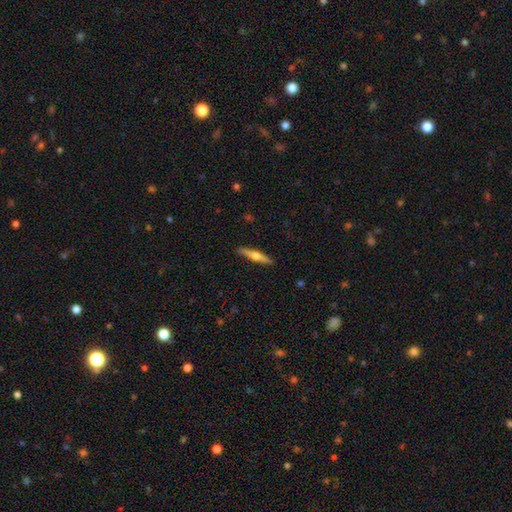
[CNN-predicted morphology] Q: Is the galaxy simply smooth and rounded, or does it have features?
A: featured or disk — 66%.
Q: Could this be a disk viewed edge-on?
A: yes — 97%.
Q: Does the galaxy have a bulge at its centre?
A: rounded — 93%.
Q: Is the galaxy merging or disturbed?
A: none — 90%.